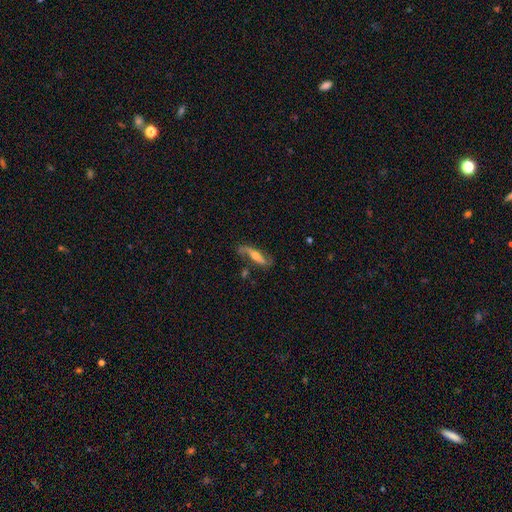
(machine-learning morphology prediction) Smooth or featured? Predicted: featured or disk (p=0.71). Edge-on disk? Predicted: no (p=0.67). Merging? Predicted: none (p=0.64).